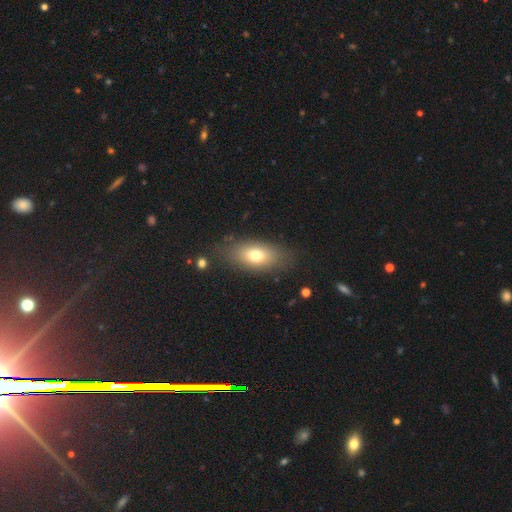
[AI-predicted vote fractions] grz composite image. It shows a smooth galaxy with no disk features (72%) that is in between round and cigar-shaped (84%). Merging: none (80%).